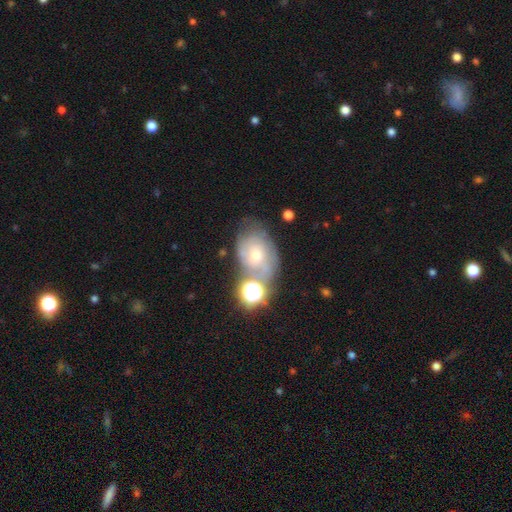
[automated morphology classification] This appears to be a featured or disk galaxy (49%). Merging: none (43%).